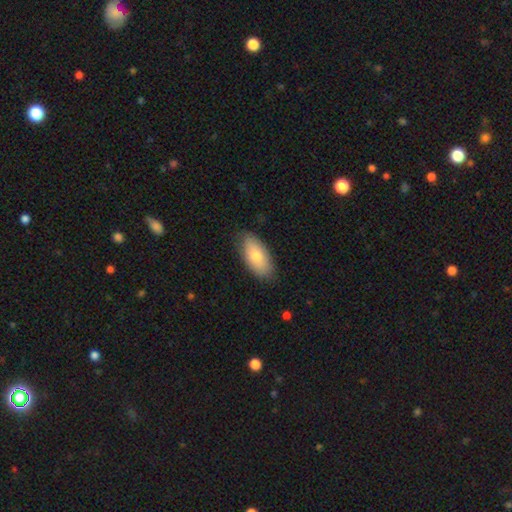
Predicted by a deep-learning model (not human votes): This appears to be a smooth galaxy with no disk features (74%) that is in between round and cigar-shaped (91%). Merging: none (84%).